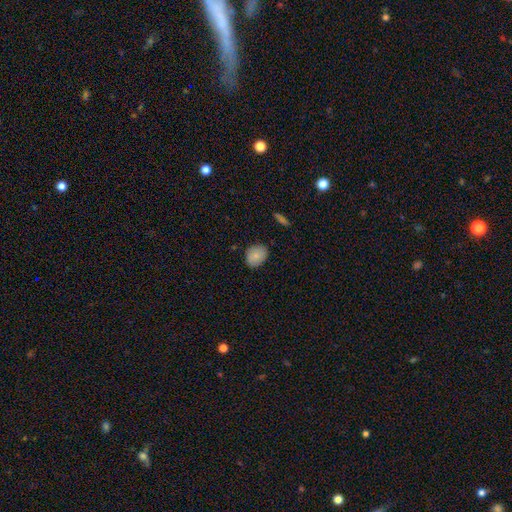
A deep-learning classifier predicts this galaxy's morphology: Overall: smooth (83%). How rounded: in between (57%; round 42%). Merging: none (81%).